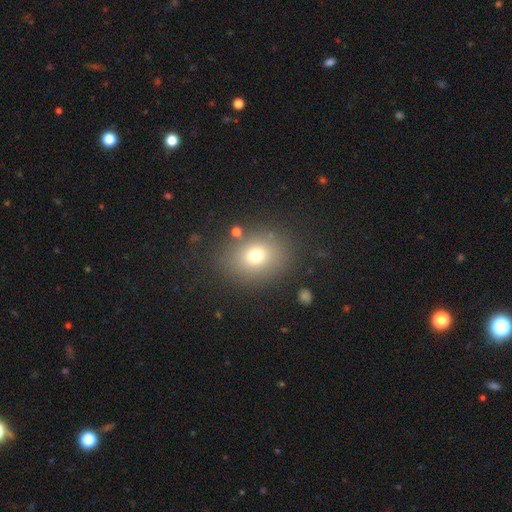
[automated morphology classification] A smooth galaxy with no disk features (73%) that is round (54%). Merging: none (82%).